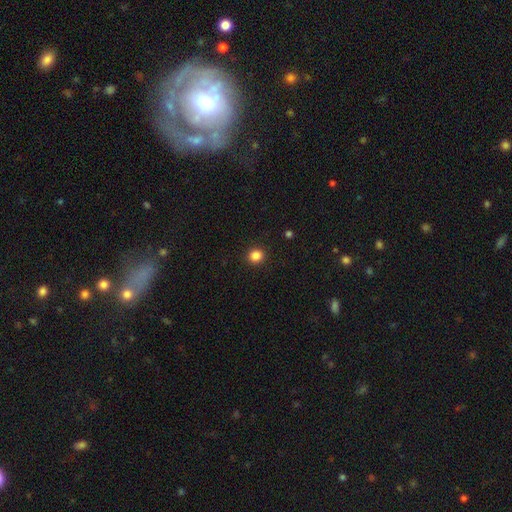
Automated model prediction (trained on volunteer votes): smooth-or-featured: smooth: 85% | star or artifact: 12% | featured or disk: 3%
  how-rounded: round: 88% | in between: 11% | cigar-shaped: 1%
  merging: none: 92% | minor disturbance: 5% | major disturbance: 2% | merger: 1%